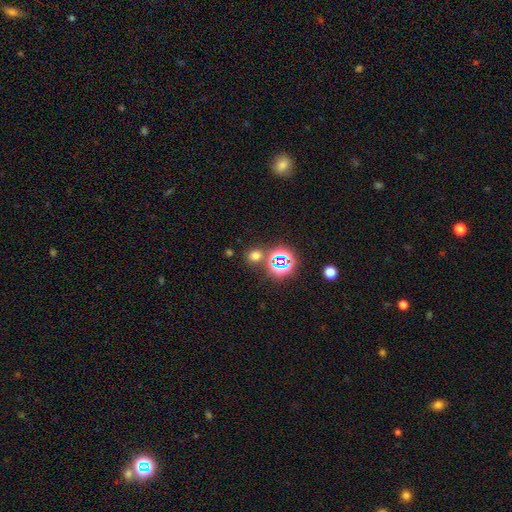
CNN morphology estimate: Smooth or featured? smooth (62%)
How rounded? round (76%)
Merging? none (77%)